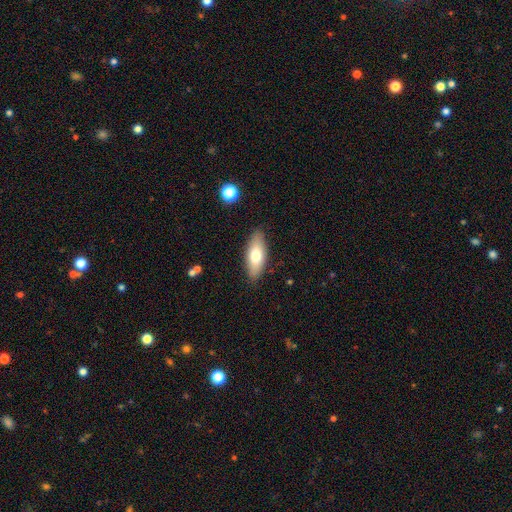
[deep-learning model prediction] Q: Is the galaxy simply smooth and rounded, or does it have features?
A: smooth — 71%.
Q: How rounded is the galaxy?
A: in between — 72%.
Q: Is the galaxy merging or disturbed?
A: none — 87%.